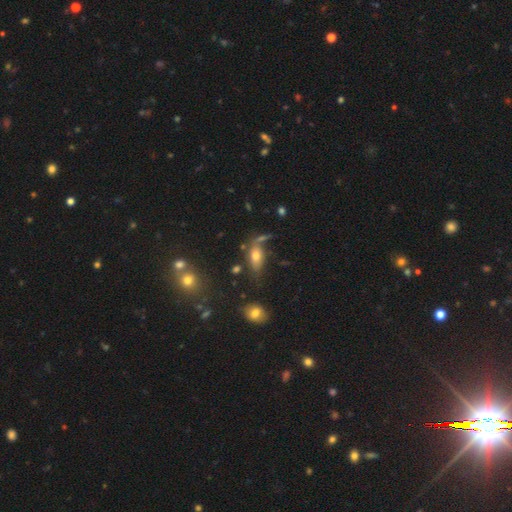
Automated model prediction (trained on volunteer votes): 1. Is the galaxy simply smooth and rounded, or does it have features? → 68% smooth, 21% featured or disk, 12% star or artifact.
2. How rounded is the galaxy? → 84% in between, 10% cigar-shaped, 6% round.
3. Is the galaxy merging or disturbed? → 54% none, 19% minor disturbance, 16% merger, 10% major disturbance.